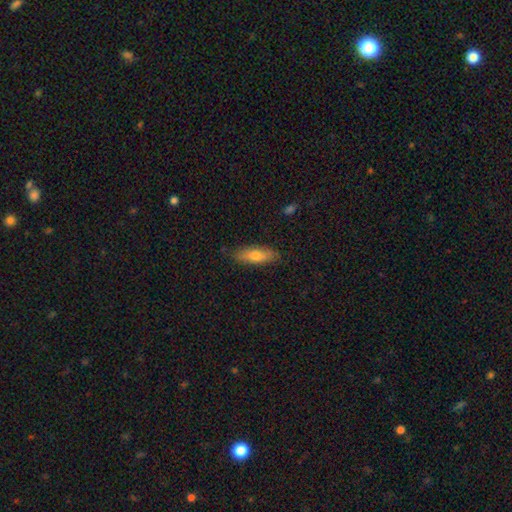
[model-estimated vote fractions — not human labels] smooth 71%, featured or disk 23%, star or artifact 6%. Down the decision tree: how rounded — in between (55%); merging — none (83%).